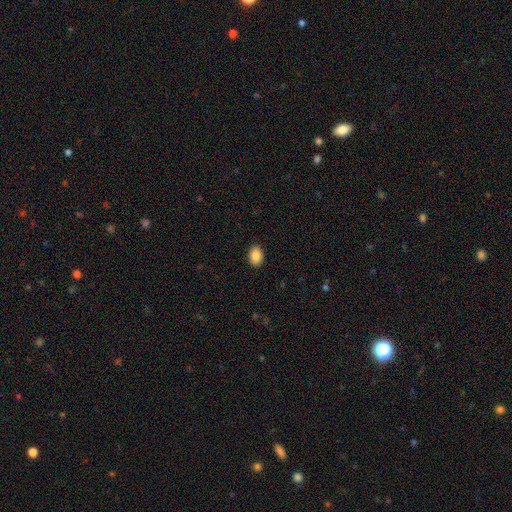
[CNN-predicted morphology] smooth-or-featured: smooth: 88% | star or artifact: 7% | featured or disk: 4%
  how-rounded: in between: 86% | round: 13% | cigar-shaped: 1%
  merging: none: 90% | minor disturbance: 7% | major disturbance: 2% | merger: 1%